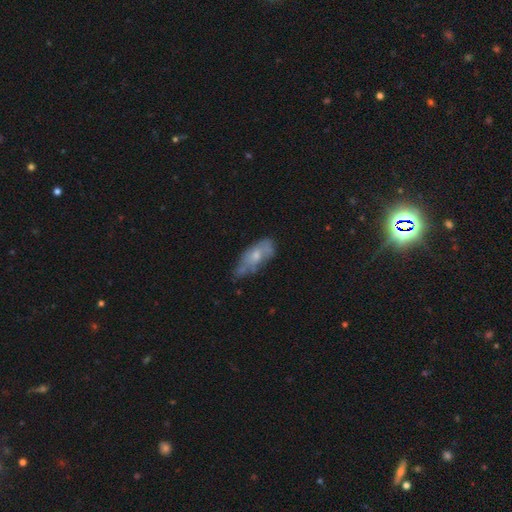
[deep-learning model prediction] Smooth or featured? Predicted: smooth (p=0.47). Merging? Predicted: none (p=0.49).